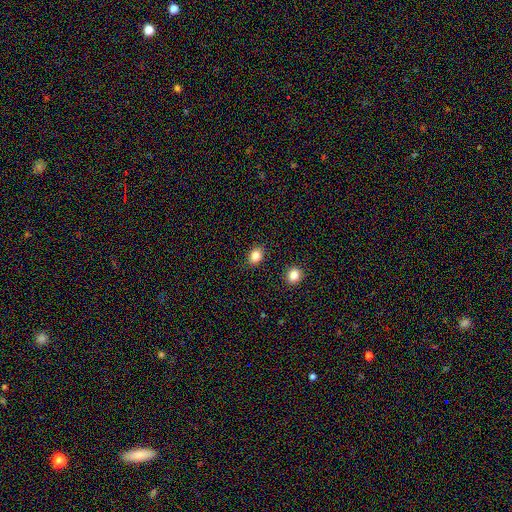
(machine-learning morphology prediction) type=smooth (84%); roundness=in between (62%); merging=none (85%).